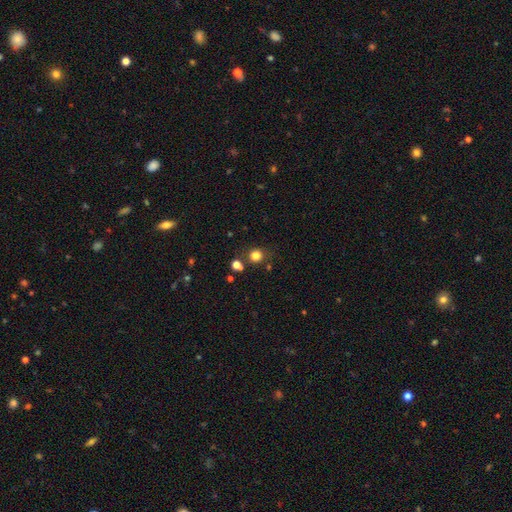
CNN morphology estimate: The model was most divided on "smooth or featured": smooth: 79%, star or artifact: 16%, featured or disk: 5%. More confident: how rounded — round (89%); merging — none (78%).